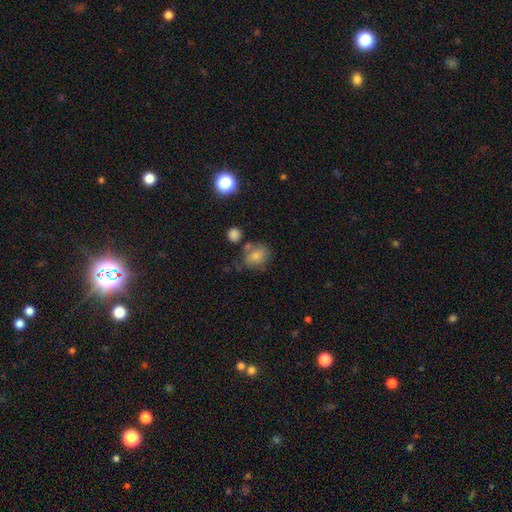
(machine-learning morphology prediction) Overall: smooth (77%). How rounded: round (56%; in between 43%). Merging: none (55%; minor disturbance 21%).